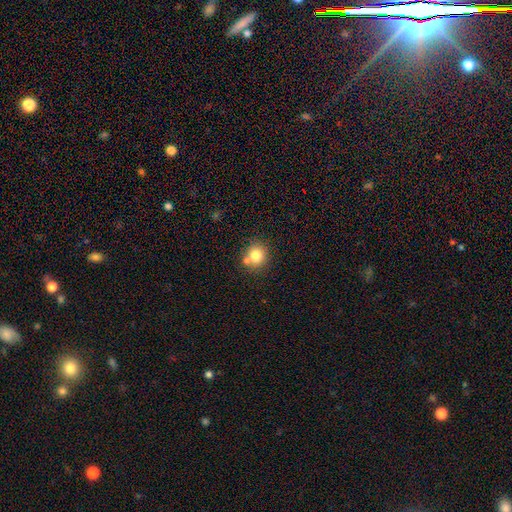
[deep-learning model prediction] A smooth galaxy with no disk features (78%) that is round (85%).

Vote fractions:
- Smooth or featured? smooth: 78% / star or artifact: 11% / featured or disk: 10%
- How rounded? round: 85% / in between: 14% / cigar-shaped: 1%
- Merging? none: 67% / merger: 20% / minor disturbance: 10% / major disturbance: 3%